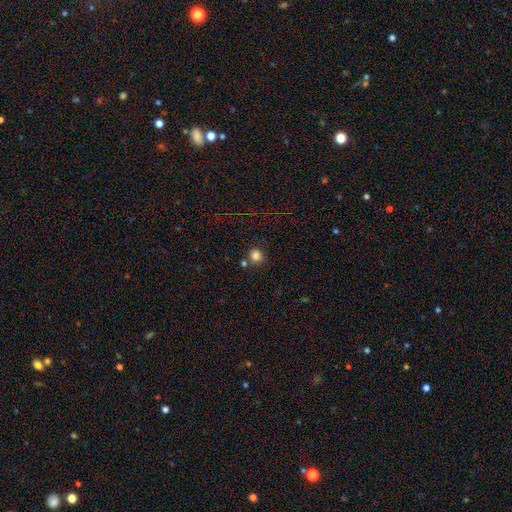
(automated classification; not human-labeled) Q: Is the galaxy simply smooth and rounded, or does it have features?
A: smooth — 82%.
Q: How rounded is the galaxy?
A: round — 89%.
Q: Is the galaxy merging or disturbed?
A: none — 76%.